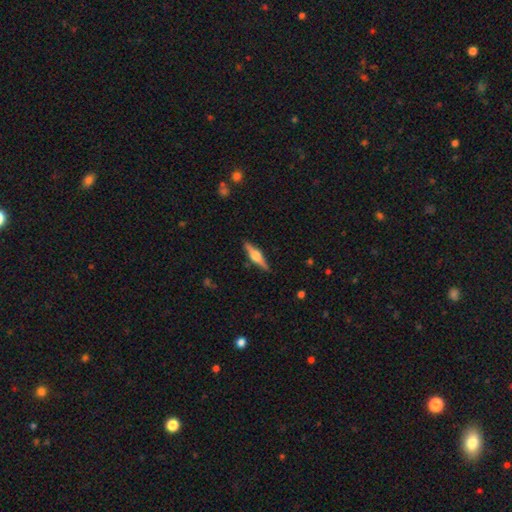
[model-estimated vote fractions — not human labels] Morphology: type=featured or disk (69%); edge-on=yes (97%); edge-on bulge=rounded (92%); merging=none (89%).